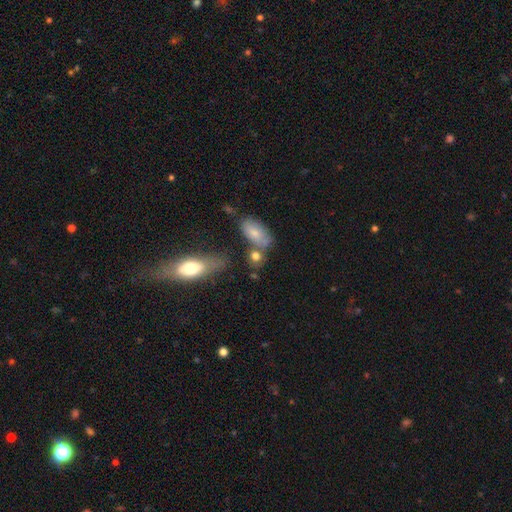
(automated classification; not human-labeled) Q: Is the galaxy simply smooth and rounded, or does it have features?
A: smooth — 70%.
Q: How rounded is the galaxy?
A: in between — 64%.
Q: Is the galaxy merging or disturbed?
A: none — 56%.